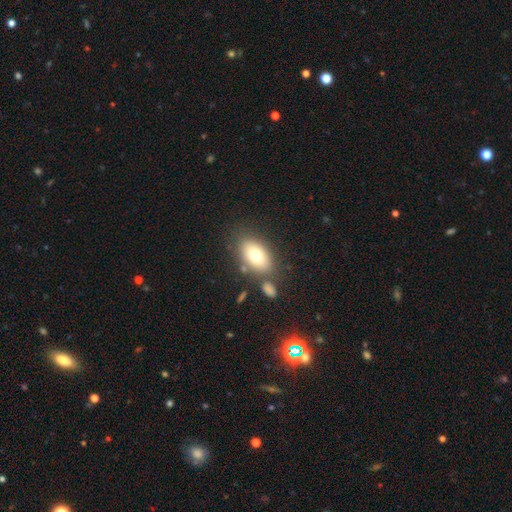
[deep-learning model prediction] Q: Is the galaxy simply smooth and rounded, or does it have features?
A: smooth — 74%.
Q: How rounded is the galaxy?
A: in between — 89%.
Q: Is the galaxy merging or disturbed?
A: none — 69%.